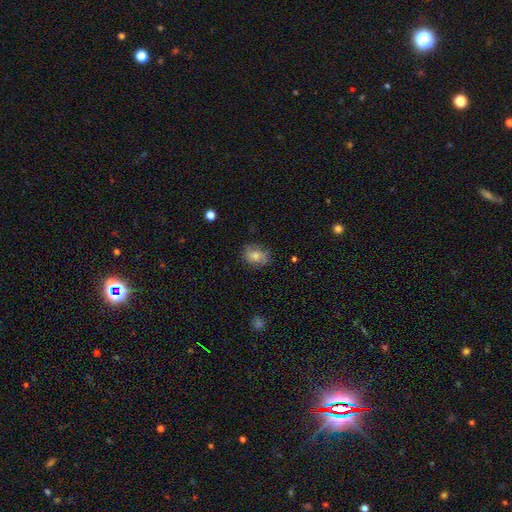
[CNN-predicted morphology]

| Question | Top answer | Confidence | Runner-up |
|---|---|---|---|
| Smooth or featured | smooth | 75% | featured or disk (16%) |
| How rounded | in between | 58% | round (41%) |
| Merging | none | 69% | minor disturbance (23%) |